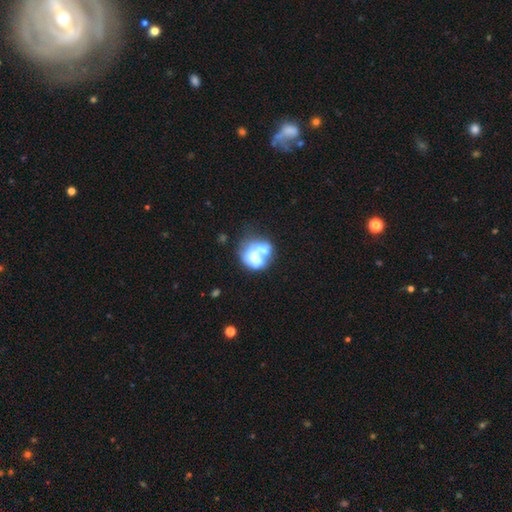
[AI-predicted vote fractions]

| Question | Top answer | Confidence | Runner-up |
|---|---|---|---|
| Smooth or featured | featured or disk | 45% | smooth (44%) |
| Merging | merger | 51% | none (19%) |